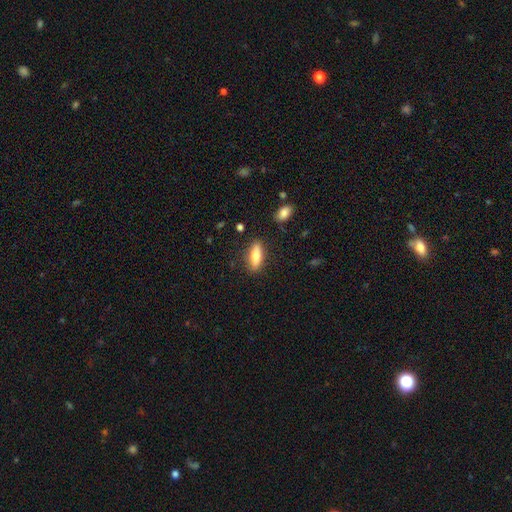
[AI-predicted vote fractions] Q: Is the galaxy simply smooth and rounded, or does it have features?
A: smooth — 74%.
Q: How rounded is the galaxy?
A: in between — 56%.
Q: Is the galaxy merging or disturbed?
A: none — 85%.